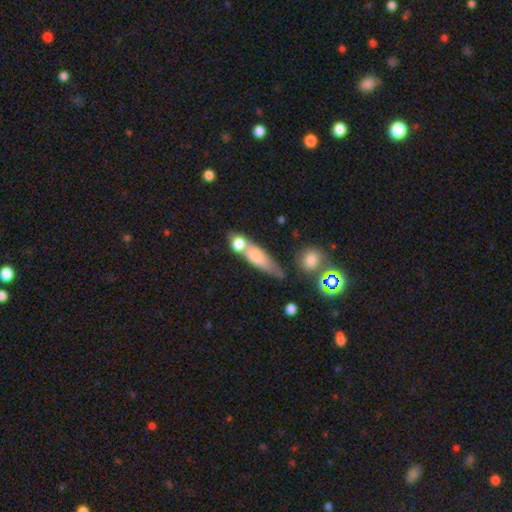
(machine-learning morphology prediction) Smooth or featured?
  - smooth: 62% *
  - featured or disk: 28%
  - star or artifact: 9%
How rounded?
  - cigar-shaped: 54% *
  - in between: 35%
  - round: 10%
Merging?
  - merger: 45% *
  - none: 36%
  - minor disturbance: 13%
  - major disturbance: 7%